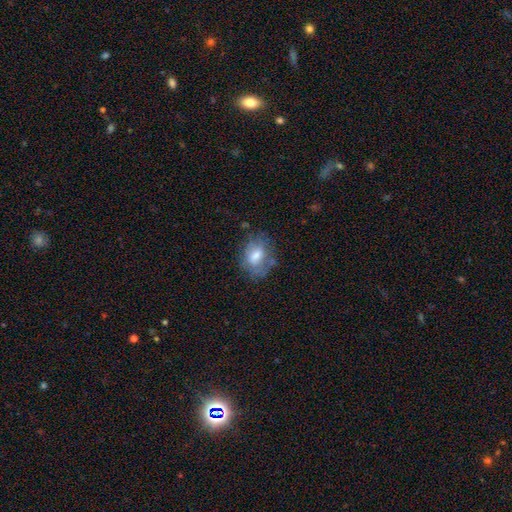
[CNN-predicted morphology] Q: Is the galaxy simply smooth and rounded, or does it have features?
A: smooth — 56%.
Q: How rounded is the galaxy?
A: in between — 71%.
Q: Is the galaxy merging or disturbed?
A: none — 60%.